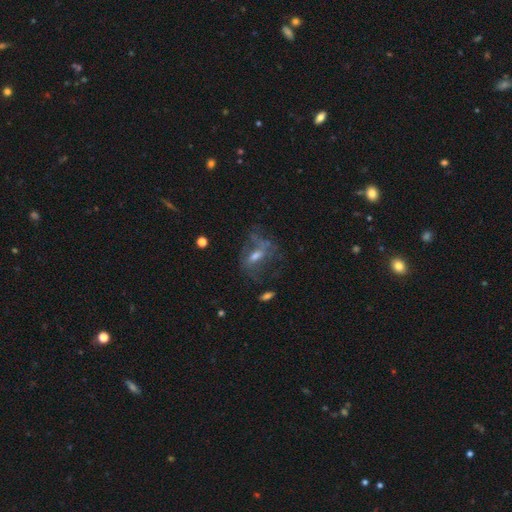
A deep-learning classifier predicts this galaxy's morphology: This appears to be a featured or disk galaxy (55%). Merging: none (41%).